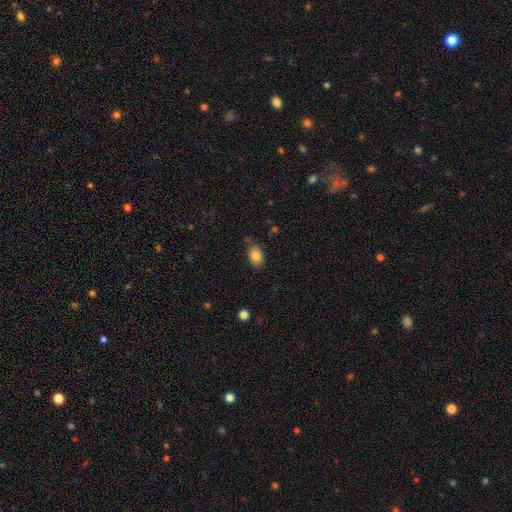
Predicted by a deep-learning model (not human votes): Q: Smooth or featured?
A: smooth (83%); runner-up: star or artifact (8%)
Q: How rounded?
A: in between (85%); runner-up: round (14%)
Q: Merging?
A: none (72%); runner-up: minor disturbance (20%)